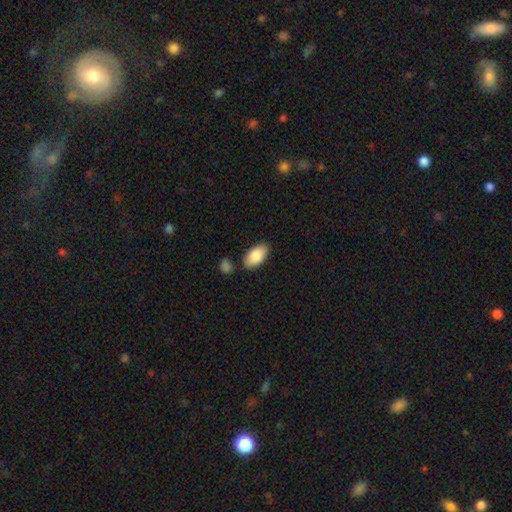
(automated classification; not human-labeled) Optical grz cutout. It shows a smooth galaxy with no disk features (85%) that is in between round and cigar-shaped (95%). Merging: none (77%).